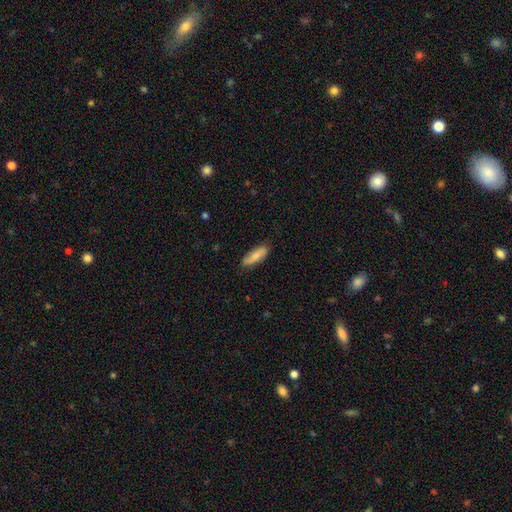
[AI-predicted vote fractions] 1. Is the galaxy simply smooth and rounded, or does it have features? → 69% smooth, 25% featured or disk, 5% star or artifact.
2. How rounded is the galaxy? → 60% in between, 37% cigar-shaped, 3% round.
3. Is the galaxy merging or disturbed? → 82% none, 14% minor disturbance, 2% major disturbance, 1% merger.